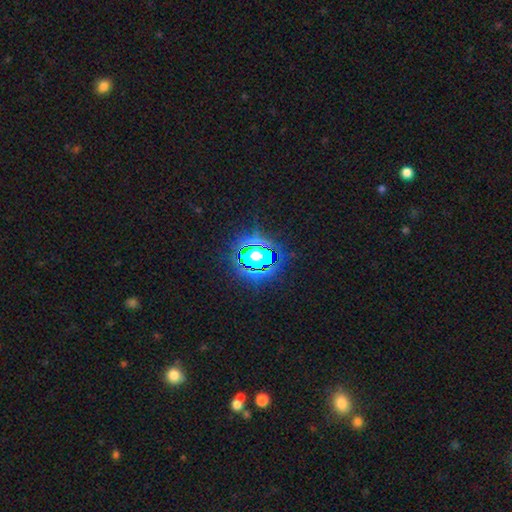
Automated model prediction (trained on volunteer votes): This is likely a star or artifact rather than a galaxy (66%).